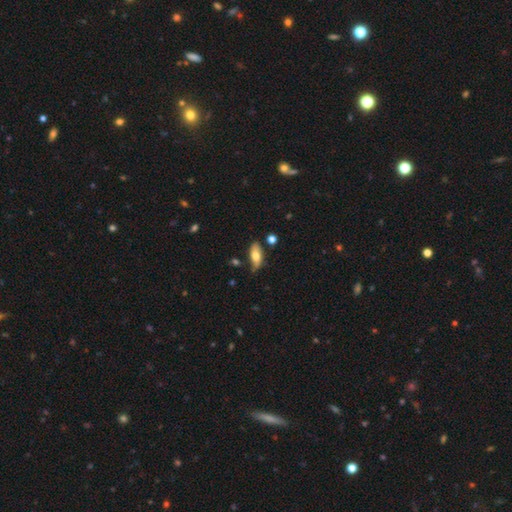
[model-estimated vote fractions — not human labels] The model was most divided on "merging": none: 63%, minor disturbance: 26%, major disturbance: 6%, merger: 4%. More confident: how rounded — in between (80%); smooth or featured — smooth (68%).